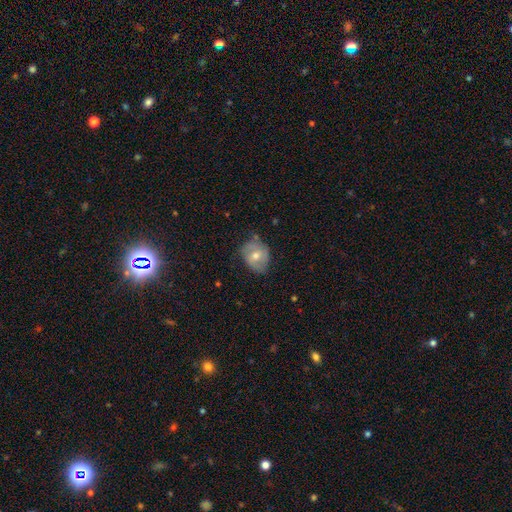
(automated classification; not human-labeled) Smooth or featured? smooth (51%)
How rounded? round (54%)
Merging? none (63%)